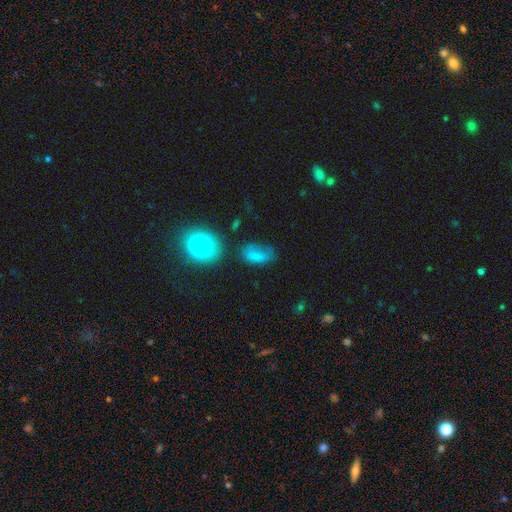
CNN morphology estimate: Q: Smooth or featured?
A: smooth (69%); runner-up: star or artifact (16%)
Q: How rounded?
A: in between (83%); runner-up: round (11%)
Q: Merging?
A: none (46%); runner-up: minor disturbance (27%)